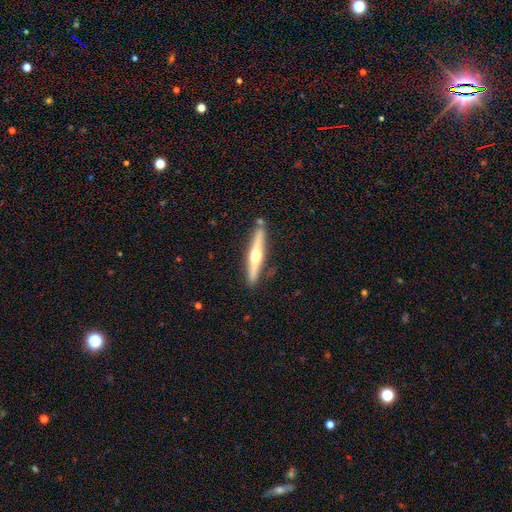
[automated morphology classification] This is likely a featured or disk galaxy (66%). It is clearly viewed edge-on (97%). Edge-on bulge: clearly rounded (92%). Merging: clearly none (85%).